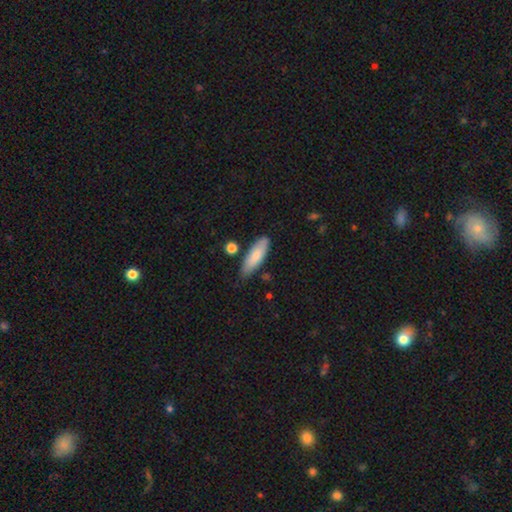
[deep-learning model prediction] Morphology: type=smooth (79%); roundness=in between (52%); merging=none (76%).